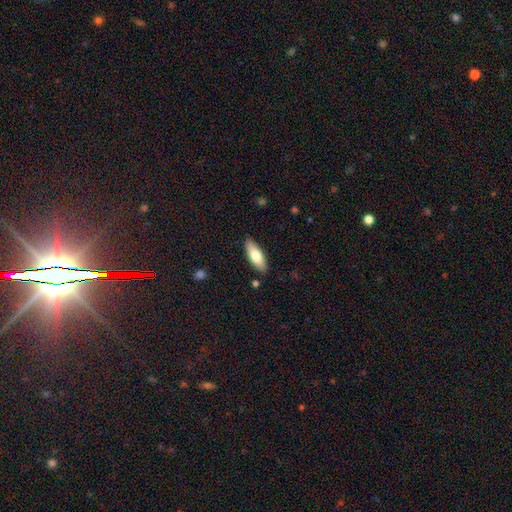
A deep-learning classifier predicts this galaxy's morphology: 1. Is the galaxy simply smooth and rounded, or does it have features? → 73% smooth, 21% featured or disk, 6% star or artifact.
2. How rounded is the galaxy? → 69% in between, 29% cigar-shaped, 2% round.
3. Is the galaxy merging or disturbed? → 86% none, 10% minor disturbance, 2% major disturbance, 1% merger.